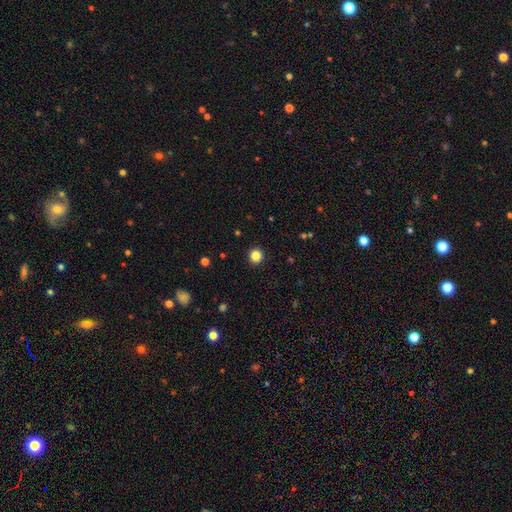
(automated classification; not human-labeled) Smooth or featured: smooth — 85% (star or artifact — 11%)
How rounded: round — 94% (in between — 5%)
Merging: none — 93% (minor disturbance — 4%)